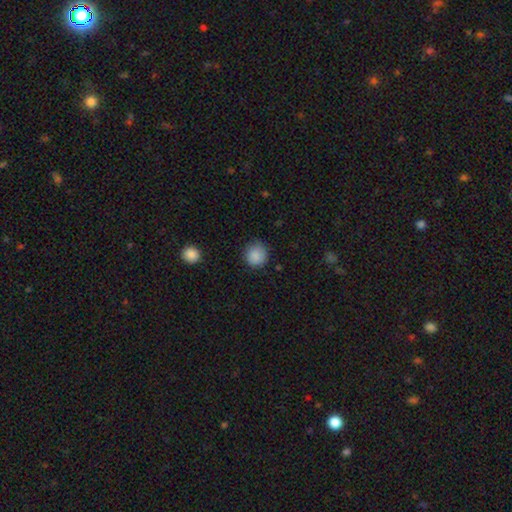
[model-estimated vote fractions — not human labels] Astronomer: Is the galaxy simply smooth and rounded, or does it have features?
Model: smooth — 88%.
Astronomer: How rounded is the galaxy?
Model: round — 92%.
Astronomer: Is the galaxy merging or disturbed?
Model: none — 85%.